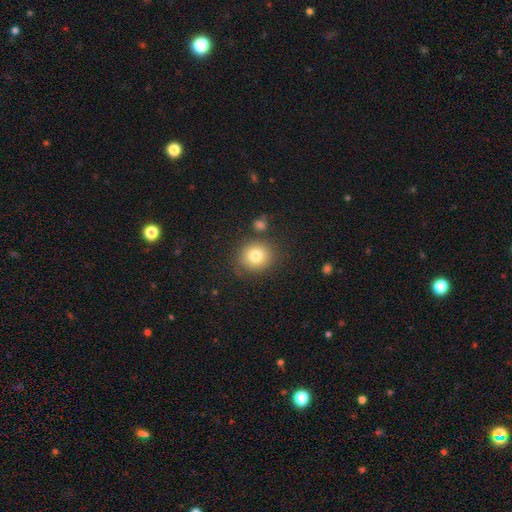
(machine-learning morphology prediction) smooth-or-featured: smooth: 79% | star or artifact: 11% | featured or disk: 10%
  how-rounded: round: 84% | in between: 15% | cigar-shaped: 1%
  merging: none: 80% | minor disturbance: 10% | merger: 6% | major disturbance: 4%